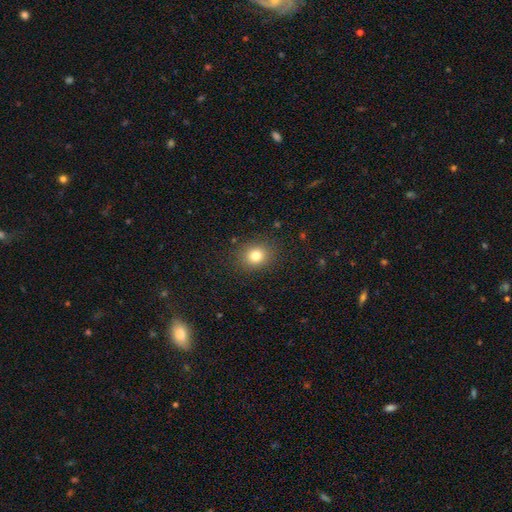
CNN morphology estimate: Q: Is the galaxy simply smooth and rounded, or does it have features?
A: smooth — 80%.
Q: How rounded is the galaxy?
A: round — 65%.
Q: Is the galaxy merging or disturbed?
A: none — 87%.